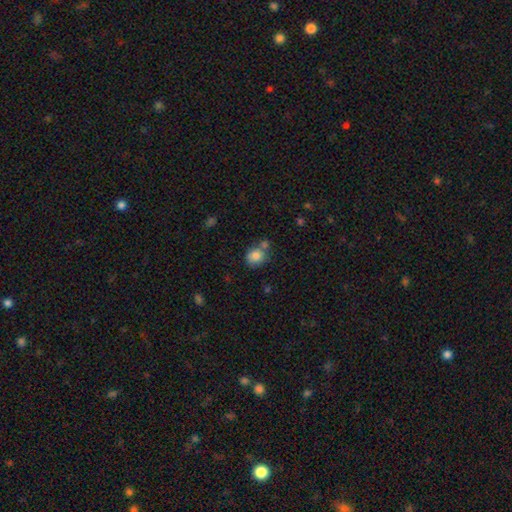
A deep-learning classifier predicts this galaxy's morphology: Smooth or featured: smooth — 83% (star or artifact — 9%)
How rounded: round — 70% (in between — 29%)
Merging: none — 54% (merger — 24%)